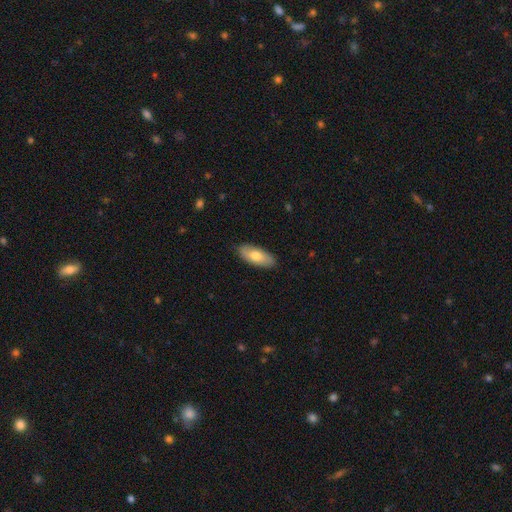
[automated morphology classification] A smooth galaxy with no disk features (73%) that is in between round and cigar-shaped (83%).

Vote fractions:
- Smooth or featured? smooth: 73% / featured or disk: 21% / star or artifact: 5%
- How rounded? in between: 83% / cigar-shaped: 15% / round: 2%
- Merging? none: 87% / minor disturbance: 11% / major disturbance: 2% / merger: 1%